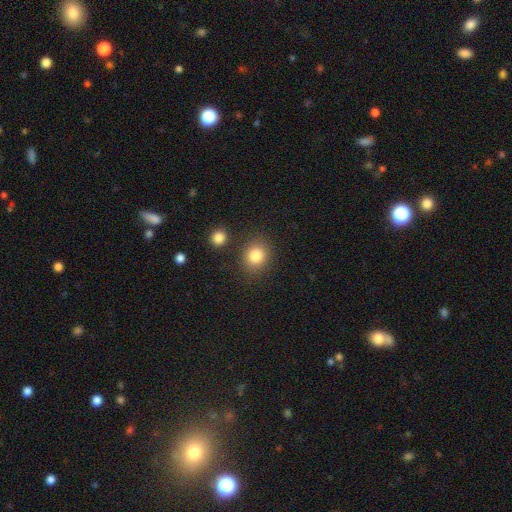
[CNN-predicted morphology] Smooth or featured?
  - smooth: 83% *
  - star or artifact: 10%
  - featured or disk: 6%
How rounded?
  - round: 70% *
  - in between: 29%
  - cigar-shaped: 1%
Merging?
  - none: 82% *
  - minor disturbance: 9%
  - merger: 5%
  - major disturbance: 3%